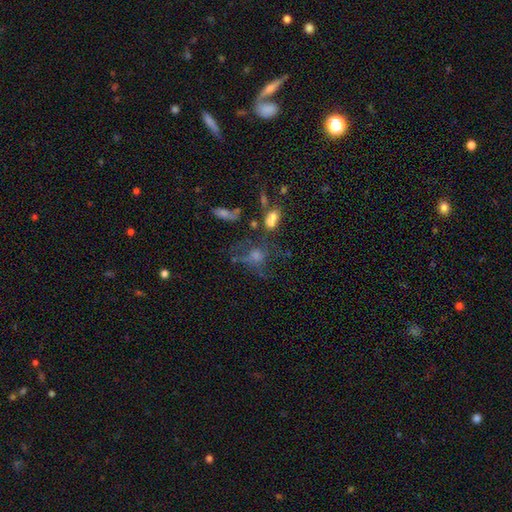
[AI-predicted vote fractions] Smooth or featured? smooth (36%, tied with featured or disk)
Merging? none (40%)